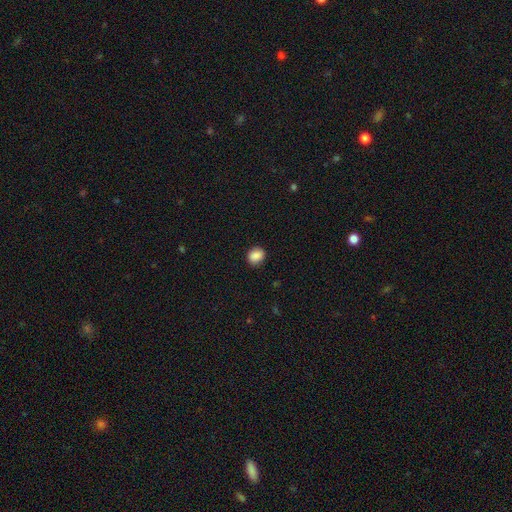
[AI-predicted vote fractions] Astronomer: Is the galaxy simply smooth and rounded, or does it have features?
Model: smooth — 88%.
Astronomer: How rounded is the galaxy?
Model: round — 58% (runner-up: in between, 41%).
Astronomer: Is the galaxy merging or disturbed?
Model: none — 87%.